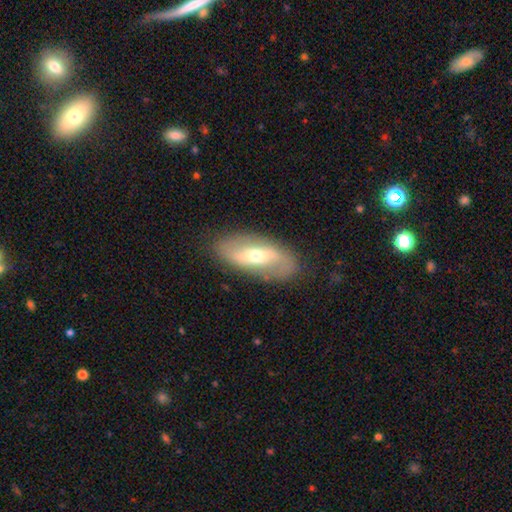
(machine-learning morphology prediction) Smooth or featured? Predicted: featured or disk (p=0.60). Edge-on disk? Predicted: no (p=0.87). Bar? Predicted: weak (p=0.39). Spiral arms? Predicted: yes (p=0.65). Bulge size? Predicted: moderate (p=0.66). Merging? Predicted: none (p=0.81).